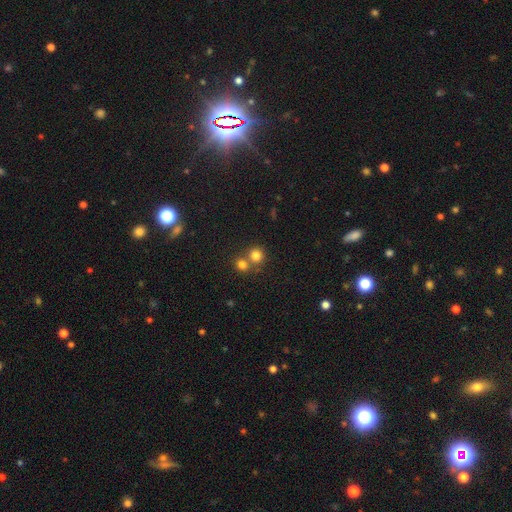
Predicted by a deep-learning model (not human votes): A smooth galaxy with no disk features (79%) that is round (90%). Merging: none (54%).